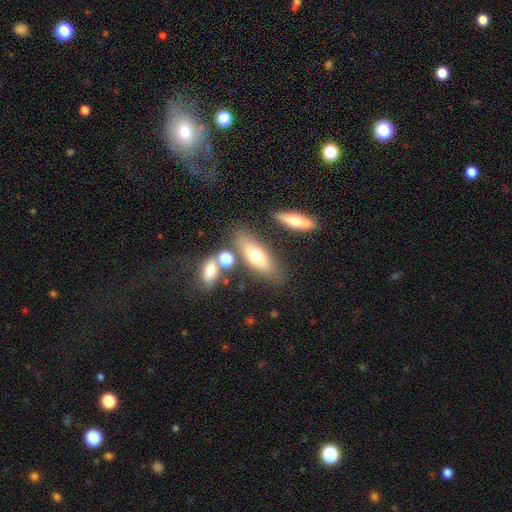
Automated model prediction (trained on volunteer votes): smooth-or-featured: smooth: 62% | featured or disk: 30% | star or artifact: 8%
  how-rounded: in between: 56% | cigar-shaped: 41% | round: 3%
  merging: none: 69% | merger: 13% | minor disturbance: 13% | major disturbance: 5%